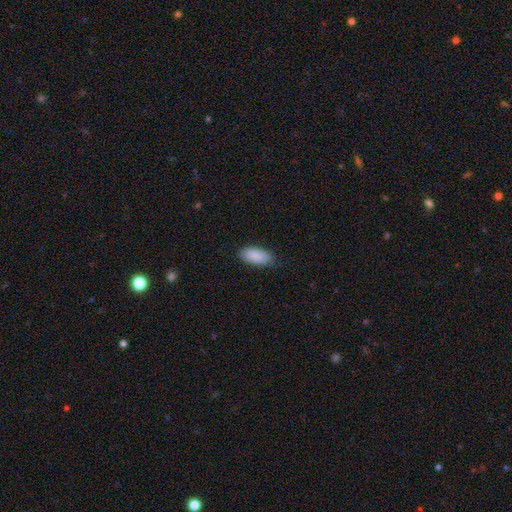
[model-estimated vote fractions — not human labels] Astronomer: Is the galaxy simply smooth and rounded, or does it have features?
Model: smooth — 90%.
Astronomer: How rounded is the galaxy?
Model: in between — 90%.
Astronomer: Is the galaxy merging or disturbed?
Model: none — 83%.